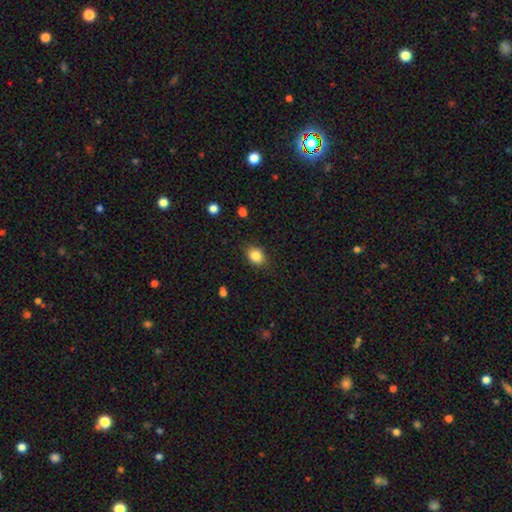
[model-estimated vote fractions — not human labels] The model was most divided on "how rounded": in between: 55%, round: 44%, cigar-shaped: 1%. More confident: smooth or featured — smooth (85%); merging — none (83%).